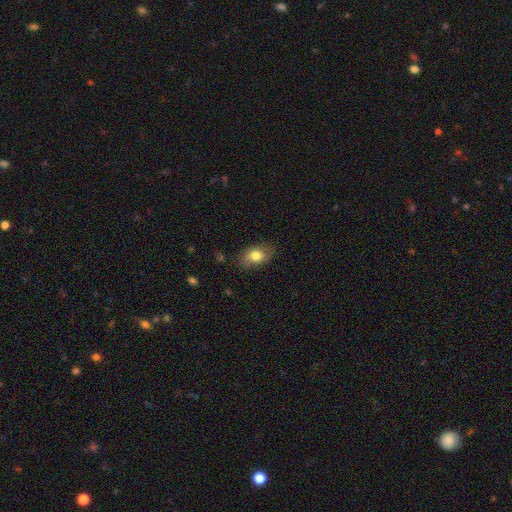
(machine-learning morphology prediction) The model was most divided on "merging": none: 77%, minor disturbance: 18%, major disturbance: 4%, merger: 1%. More confident: how rounded — in between (84%); smooth or featured — smooth (78%).